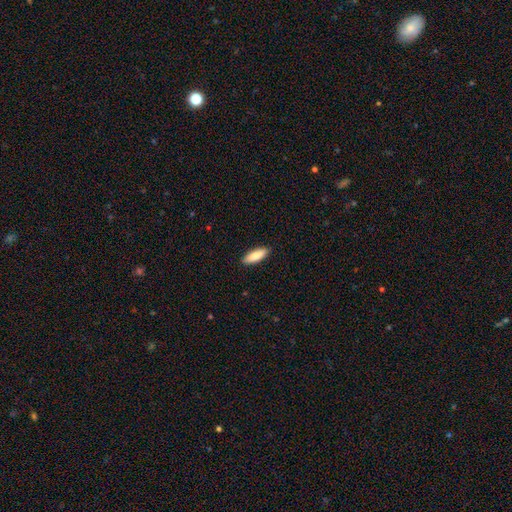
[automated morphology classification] Smooth or featured?
  - smooth: 85% *
  - featured or disk: 10%
  - star or artifact: 5%
How rounded?
  - in between: 55% *
  - cigar-shaped: 43%
  - round: 2%
Merging?
  - none: 90% *
  - minor disturbance: 7%
  - major disturbance: 2%
  - merger: 1%